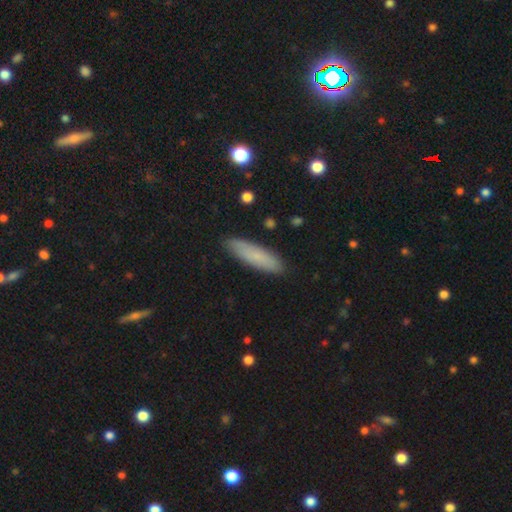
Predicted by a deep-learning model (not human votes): Morphology: type=smooth (78%); roundness=cigar-shaped (66%); merging=none (88%).